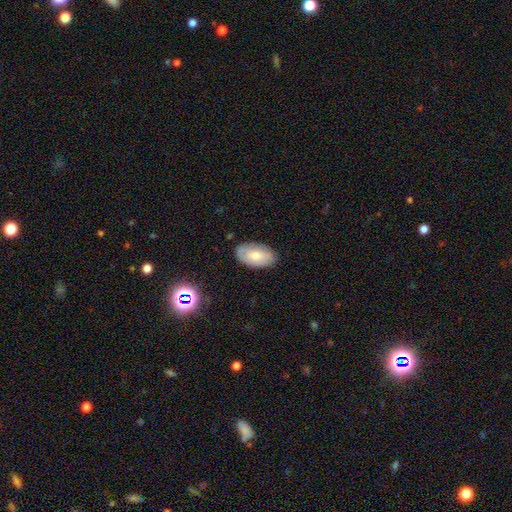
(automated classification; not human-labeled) Q: Smooth or featured?
A: smooth (60%); runner-up: featured or disk (31%)
Q: How rounded?
A: in between (94%); runner-up: round (4%)
Q: Merging?
A: none (82%); runner-up: minor disturbance (14%)